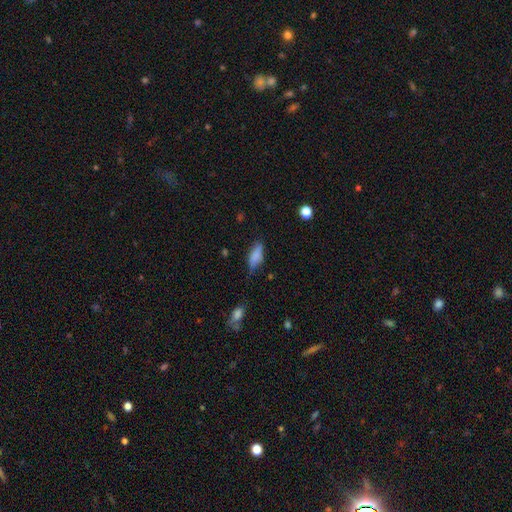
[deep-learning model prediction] Smooth or featured?
  - smooth: 77% *
  - featured or disk: 15%
  - star or artifact: 8%
How rounded?
  - in between: 70% *
  - cigar-shaped: 27%
  - round: 3%
Merging?
  - none: 62% *
  - minor disturbance: 29%
  - major disturbance: 7%
  - merger: 3%